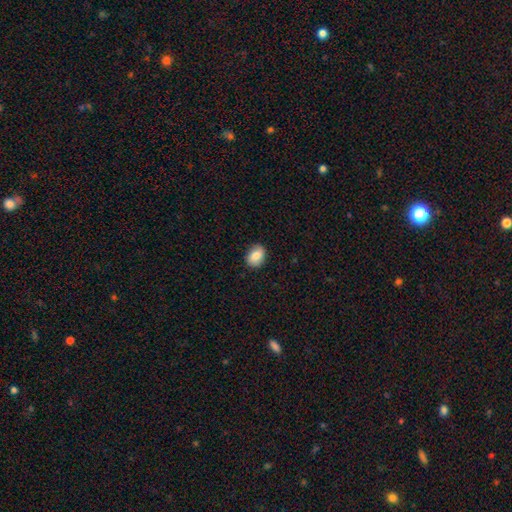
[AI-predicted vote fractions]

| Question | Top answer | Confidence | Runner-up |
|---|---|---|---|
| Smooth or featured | smooth | 83% | featured or disk (9%) |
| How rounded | in between | 70% | round (29%) |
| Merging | none | 87% | minor disturbance (10%) |